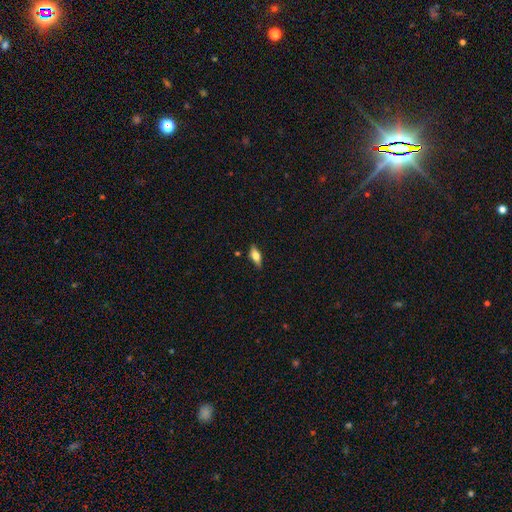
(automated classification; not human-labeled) This appears to be a smooth galaxy with no disk features (55%) that is in between round and cigar-shaped (73%). Merging: none (83%).